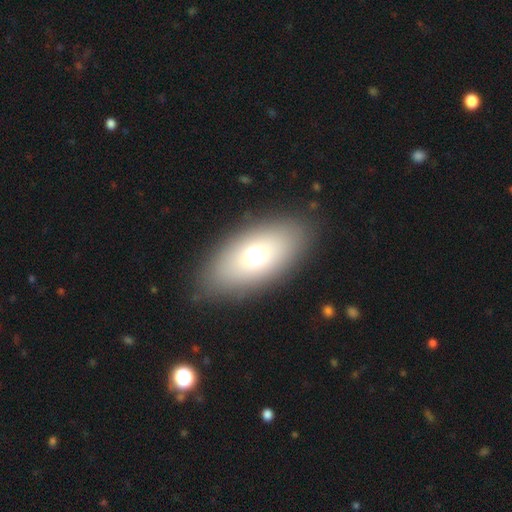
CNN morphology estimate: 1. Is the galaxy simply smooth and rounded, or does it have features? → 66% smooth, 23% featured or disk, 11% star or artifact.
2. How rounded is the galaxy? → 87% in between, 8% round, 4% cigar-shaped.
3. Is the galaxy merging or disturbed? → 85% none, 9% minor disturbance, 4% major disturbance, 1% merger.